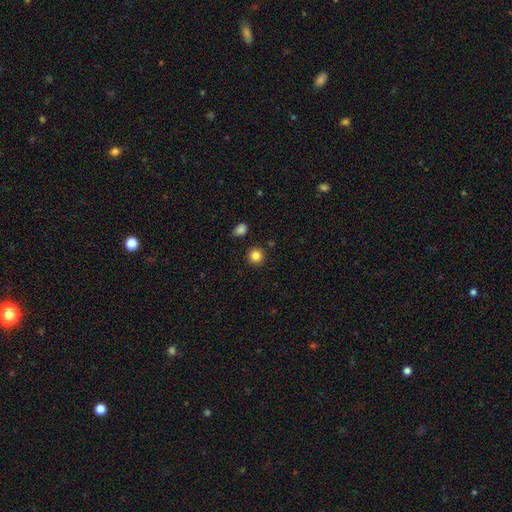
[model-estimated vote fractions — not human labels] smooth-or-featured: smooth: 84% | star or artifact: 11% | featured or disk: 5%
  how-rounded: round: 92% | in between: 7% | cigar-shaped: 1%
  merging: none: 89% | minor disturbance: 6% | merger: 2% | major disturbance: 2%